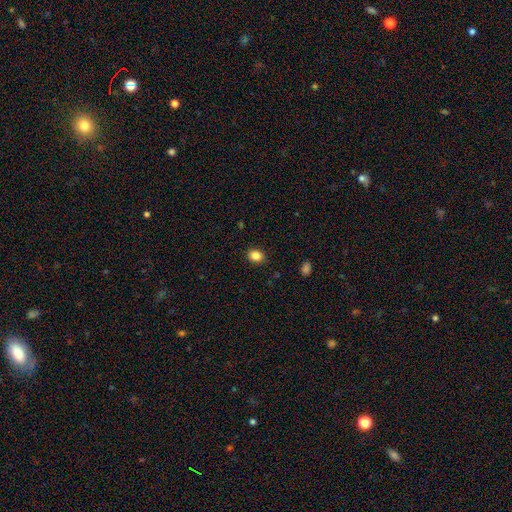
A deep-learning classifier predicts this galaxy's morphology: Overall: smooth (86%). How rounded: in between (60%; round 39%). Merging: none (89%).